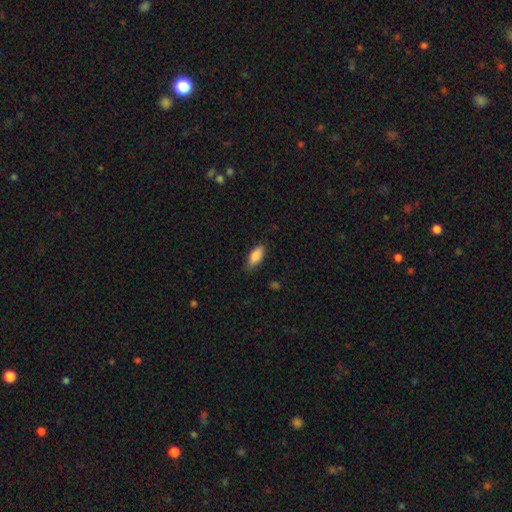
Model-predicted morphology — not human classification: Smooth or featured: smooth — 87% (featured or disk — 7%)
How rounded: in between — 84% (cigar-shaped — 14%)
Merging: none — 79% (minor disturbance — 17%)